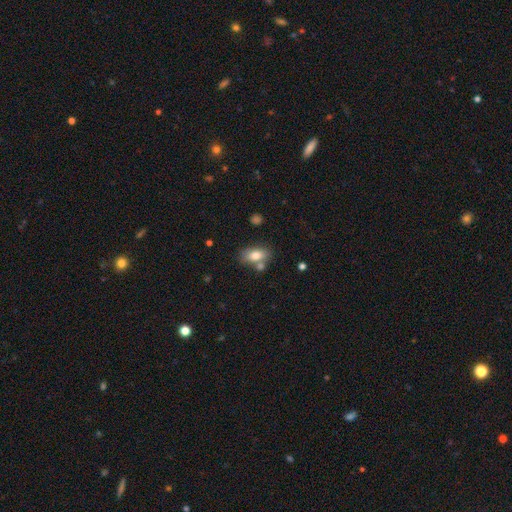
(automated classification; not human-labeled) A smooth galaxy with no disk features (78%) that is in between round and cigar-shaped (87%). Merging: none (63%).